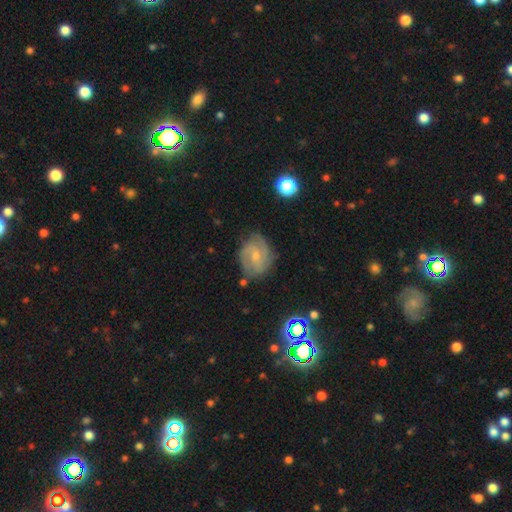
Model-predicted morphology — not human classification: A featured or disk galaxy (75%) with no bar (50%), 2 (42%) medium (44%) spiral arms (93%) and a small central bulge (66%).

Vote fractions:
- Smooth or featured? featured or disk: 75% / smooth: 17% / star or artifact: 8%
- Edge-on disk? no: 97% / yes: 3%
- Bar? no: 50% / weak: 43% / strong: 7%
- Spiral arms? yes: 93% / no: 7%
- Spiral winding? medium: 44% / tight: 42% / loose: 14%
- Spiral arm count? 2: 42% / 3: 22% / can't tell: 22% / 4: 6% / 1: 4% / more than 4: 4%
- Bulge size? small: 66% / moderate: 29% / none: 3% / large: 1% / dominant: 1%
- Merging? none: 71% / minor disturbance: 20% / major disturbance: 6% / merger: 2%